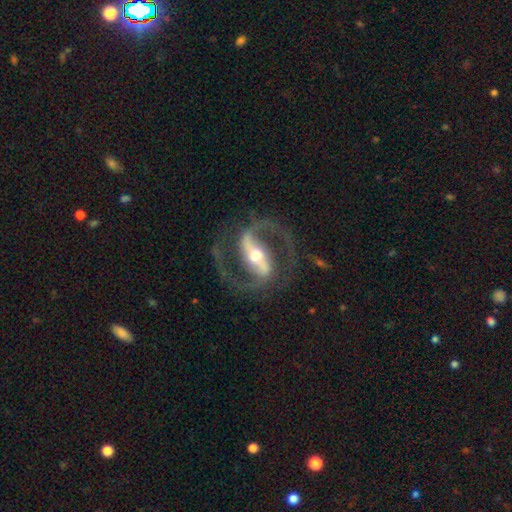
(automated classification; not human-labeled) A featured or disk galaxy (91%) with a strong bar (74%), 2 (93%) medium (62%) spiral arms (95%) and a moderate central bulge (68%). Merging: none (78%).